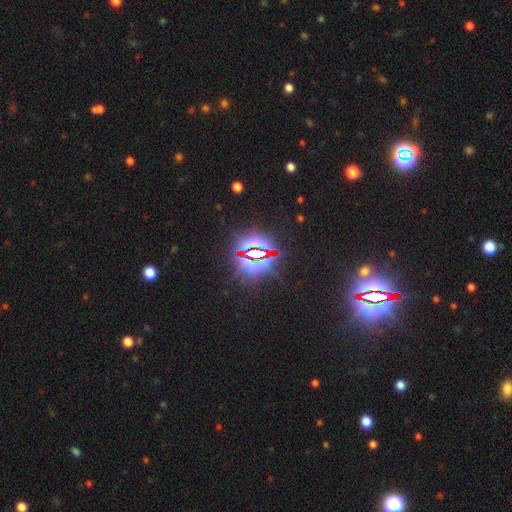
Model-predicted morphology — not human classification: Smooth or featured?
  - star or artifact: 81% *
  - smooth: 11%
  - featured or disk: 8%